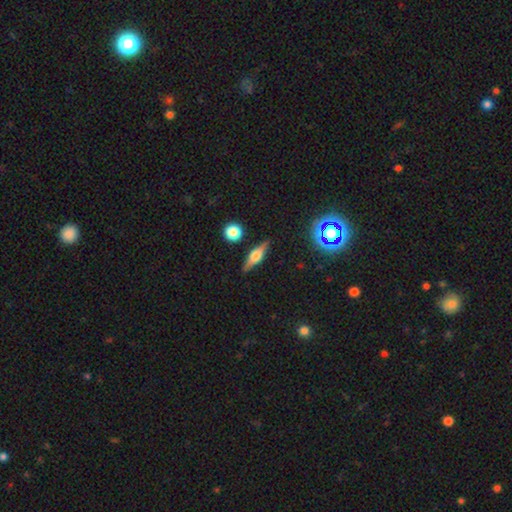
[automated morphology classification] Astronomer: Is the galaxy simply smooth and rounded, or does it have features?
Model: featured or disk — 64%.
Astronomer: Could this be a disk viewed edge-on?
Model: yes — 95%.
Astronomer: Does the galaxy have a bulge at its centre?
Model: rounded — 86%.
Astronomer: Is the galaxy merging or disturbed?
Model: none — 86%.